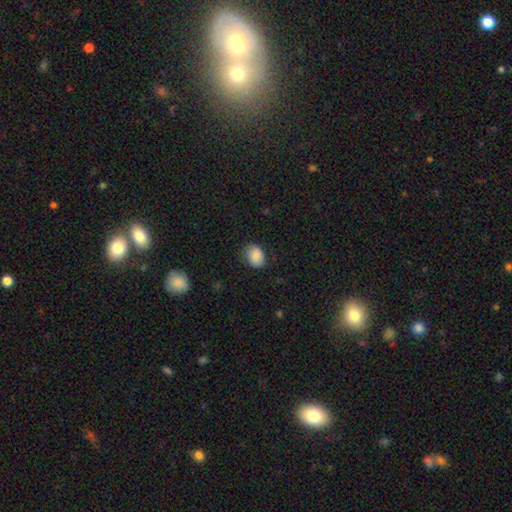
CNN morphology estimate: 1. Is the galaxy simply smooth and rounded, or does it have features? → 86% smooth, 8% star or artifact, 6% featured or disk.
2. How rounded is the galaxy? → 66% in between, 33% round, 1% cigar-shaped.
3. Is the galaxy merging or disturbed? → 78% none, 17% minor disturbance, 4% major disturbance, 1% merger.